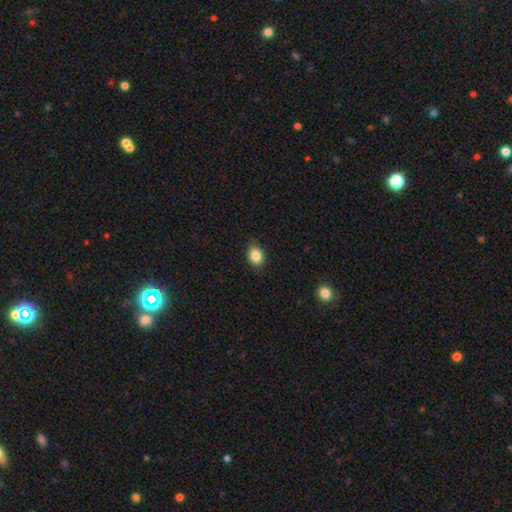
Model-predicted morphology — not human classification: The model was most divided on "how rounded": in between: 69%, round: 30%, cigar-shaped: 1%. More confident: smooth or featured — smooth (85%); merging — none (83%).